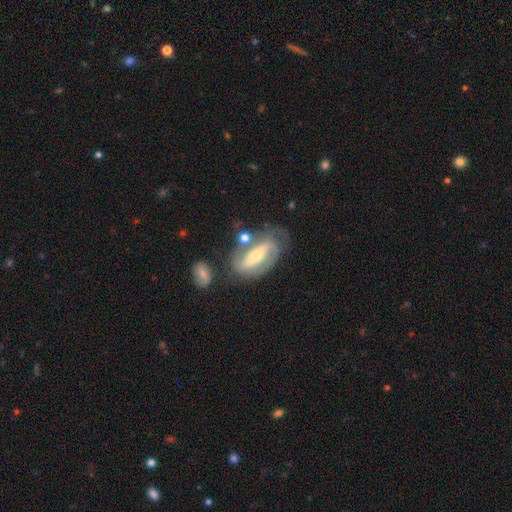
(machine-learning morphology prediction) This appears to be a featured or disk galaxy (79%) with a strong bar (66%), 2 (79%) medium (40%, tied with tight) spiral arms (85%) and a moderate central bulge (48%). Merging: none (65%).